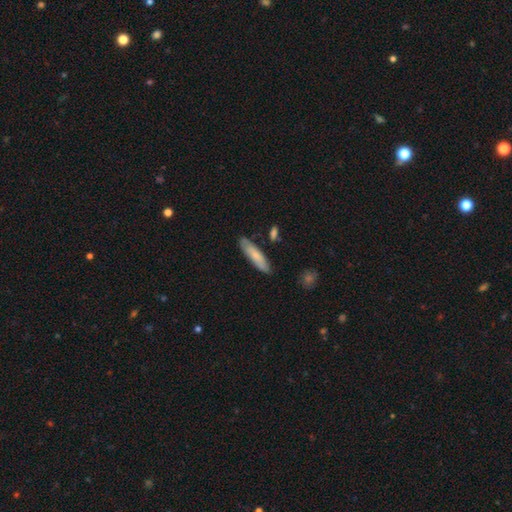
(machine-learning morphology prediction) Q: Smooth or featured?
A: smooth (73%); runner-up: featured or disk (21%)
Q: How rounded?
A: cigar-shaped (72%); runner-up: in between (26%)
Q: Merging?
A: none (82%); runner-up: minor disturbance (13%)